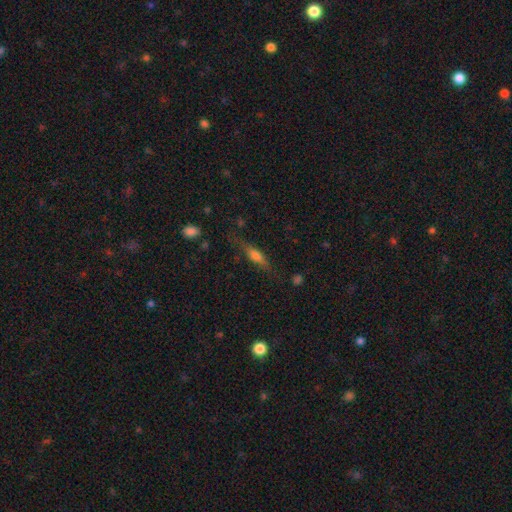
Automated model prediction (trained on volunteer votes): Smooth or featured? featured or disk (45%, tied with smooth)
Merging? none (74%)